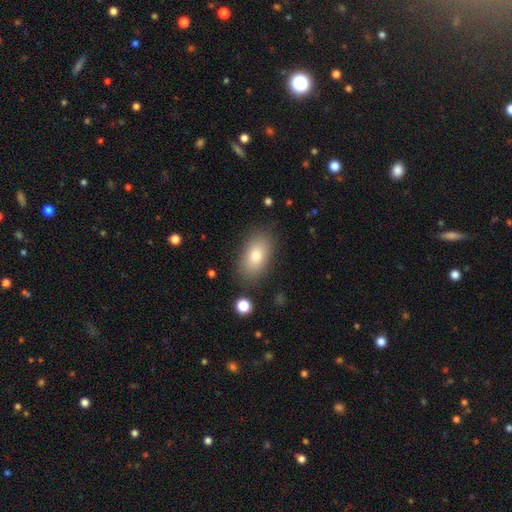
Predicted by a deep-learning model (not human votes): Smooth or featured: smooth — 78% (featured or disk — 14%)
How rounded: in between — 90% (round — 7%)
Merging: none — 84% (minor disturbance — 11%)